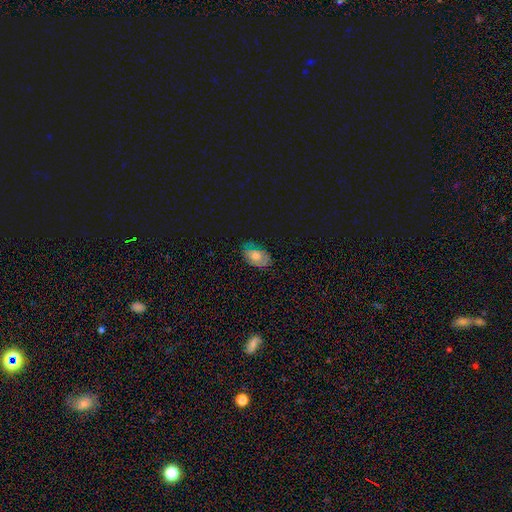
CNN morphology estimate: Smooth or featured: smooth — 47% (featured or disk — 37%)
Merging: none — 75% (minor disturbance — 19%)